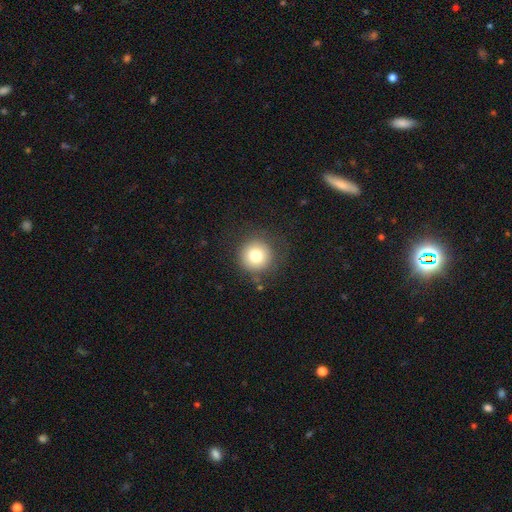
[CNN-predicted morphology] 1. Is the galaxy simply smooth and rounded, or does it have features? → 78% smooth, 11% star or artifact, 11% featured or disk.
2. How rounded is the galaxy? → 95% round, 4% in between, 1% cigar-shaped.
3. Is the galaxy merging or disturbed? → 82% none, 11% minor disturbance, 5% major disturbance, 2% merger.